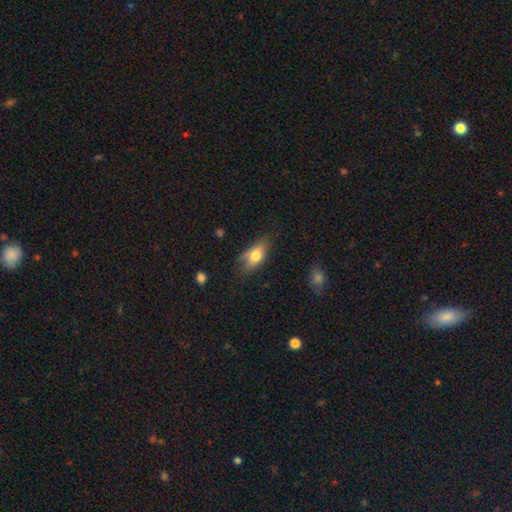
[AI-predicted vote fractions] Smooth or featured? smooth (73%)
How rounded? in between (85%)
Merging? none (62%)